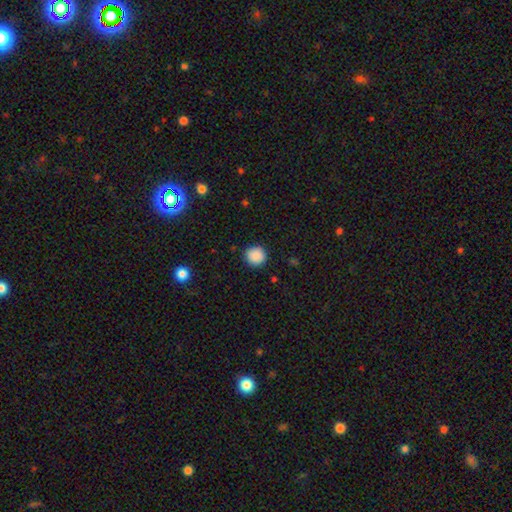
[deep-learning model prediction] The model was most divided on "smooth or featured": smooth: 89%, star or artifact: 9%, featured or disk: 2%. More confident: how rounded — round (93%); merging — none (90%).